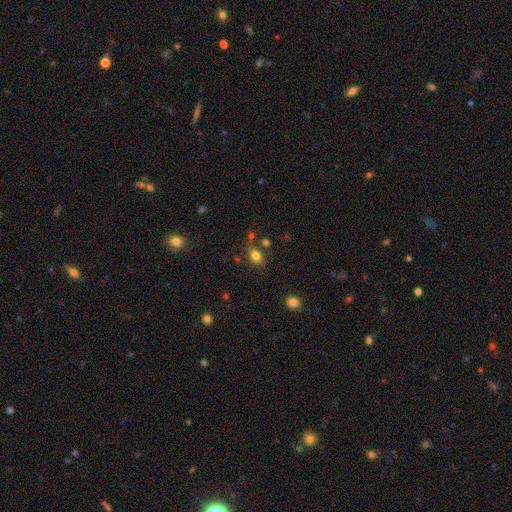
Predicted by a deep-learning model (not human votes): Smooth or featured? smooth (80%)
How rounded? in between (77%)
Merging? none (71%)